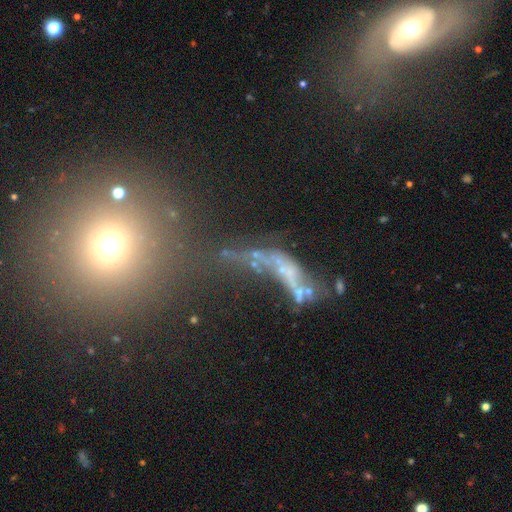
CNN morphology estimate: Smooth or featured? Predicted: featured or disk (p=0.42). Merging? Predicted: none (p=0.30).